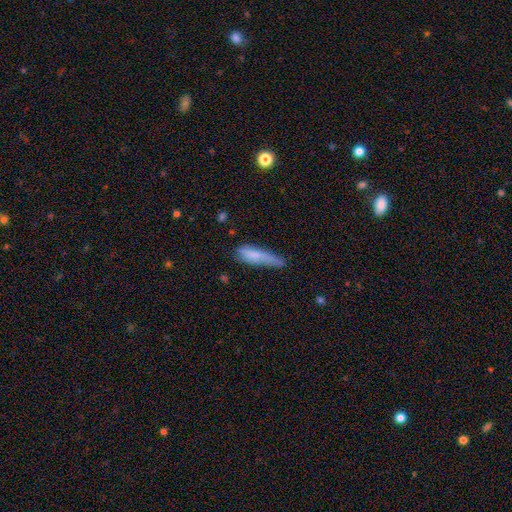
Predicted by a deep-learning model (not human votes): This is likely a smooth galaxy (68%). How rounded: likely cigar-shaped (77%). Merging: marginally none (42%).